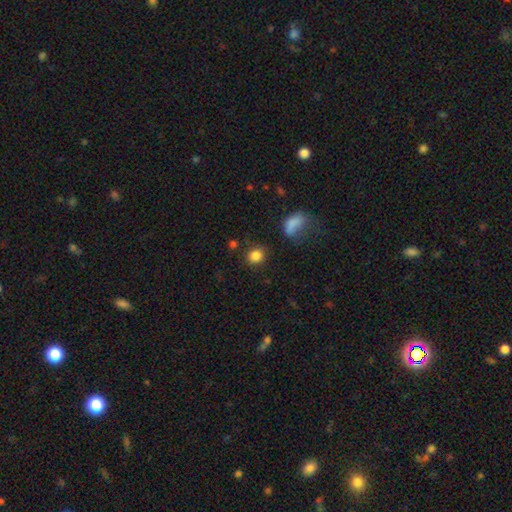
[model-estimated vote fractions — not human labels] Smooth or featured: smooth — 84% (star or artifact — 11%)
How rounded: round — 76% (in between — 22%)
Merging: none — 81% (minor disturbance — 11%)